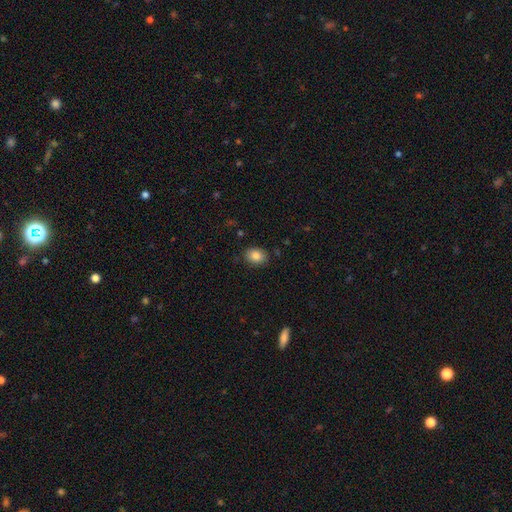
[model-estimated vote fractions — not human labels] Smooth or featured? smooth (86%)
How rounded? in between (60%)
Merging? none (86%)